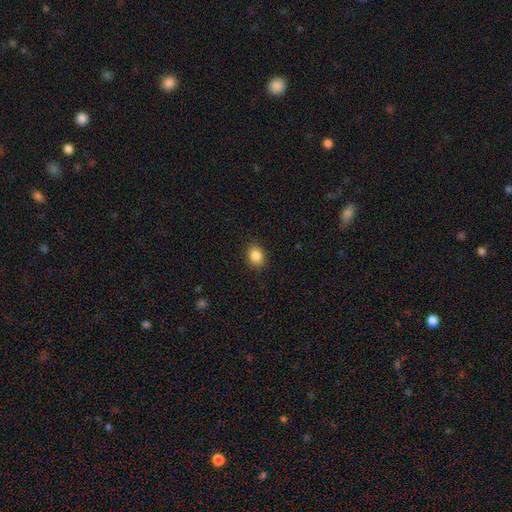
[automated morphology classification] smooth 86%, star or artifact 9%, featured or disk 5%. Down the decision tree: how rounded — in between (56%); merging — none (88%).